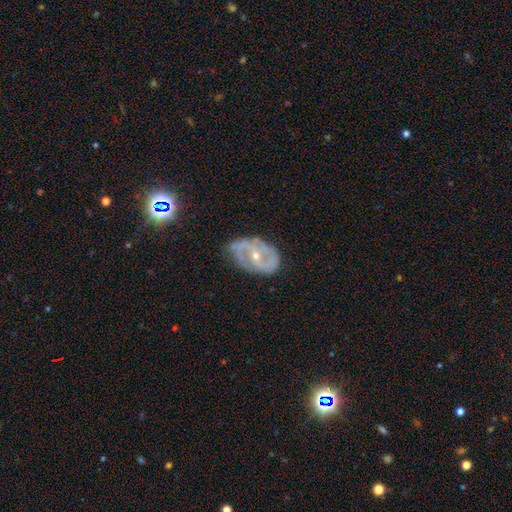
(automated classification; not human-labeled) Morphology: type=featured or disk (82%); edge-on=no (96%); bar=no (45%); spiral arms=yes (86%); winding=medium (43%); arm count=2 (65%); bulge=small (58%); merging=none (58%).